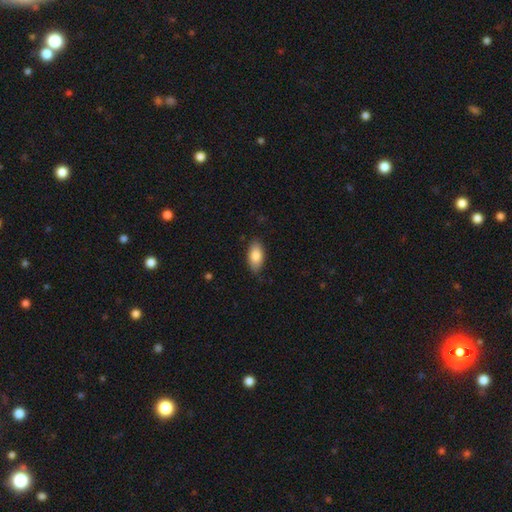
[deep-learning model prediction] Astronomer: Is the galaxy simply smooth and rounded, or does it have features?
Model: smooth — 83%.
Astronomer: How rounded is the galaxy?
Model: in between — 92%.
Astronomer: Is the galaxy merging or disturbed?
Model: none — 83%.